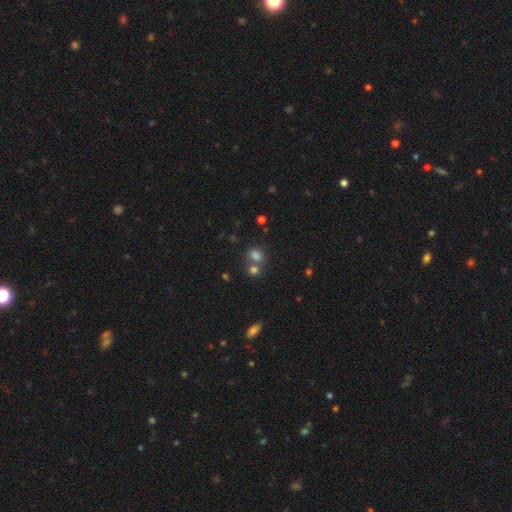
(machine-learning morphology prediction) smooth_or_featured: smooth (p=0.76) [alt: star or artifact p=0.16]
how_rounded: in between (p=0.49) [tied with: round p=0.49]
merging: none (p=0.51) [alt: merger p=0.36]